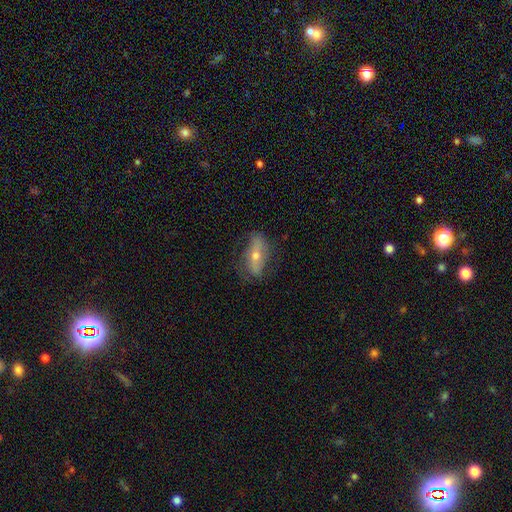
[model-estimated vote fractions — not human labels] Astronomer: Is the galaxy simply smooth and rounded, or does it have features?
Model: featured or disk — 51% (runner-up: smooth, 41%).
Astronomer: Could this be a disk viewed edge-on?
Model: no — 66%.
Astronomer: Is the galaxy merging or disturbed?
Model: none — 71%.